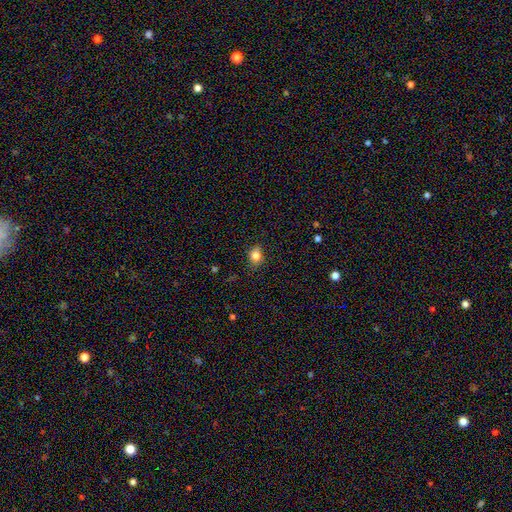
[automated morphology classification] type=smooth (81%); roundness=in between (54%); merging=none (78%).